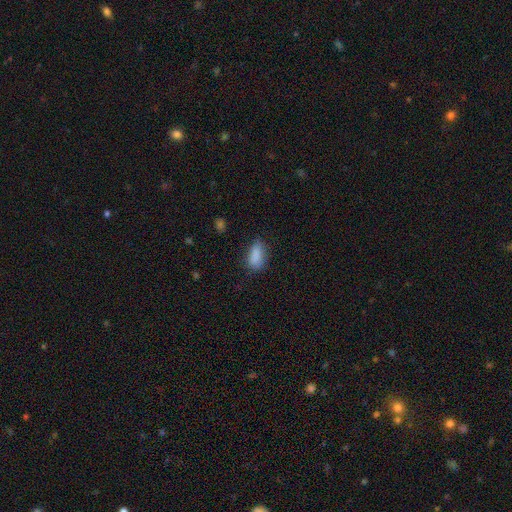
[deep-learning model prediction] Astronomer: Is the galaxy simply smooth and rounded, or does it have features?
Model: smooth — 85%.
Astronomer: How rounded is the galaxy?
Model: in between — 84%.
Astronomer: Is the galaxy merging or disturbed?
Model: none — 69%.